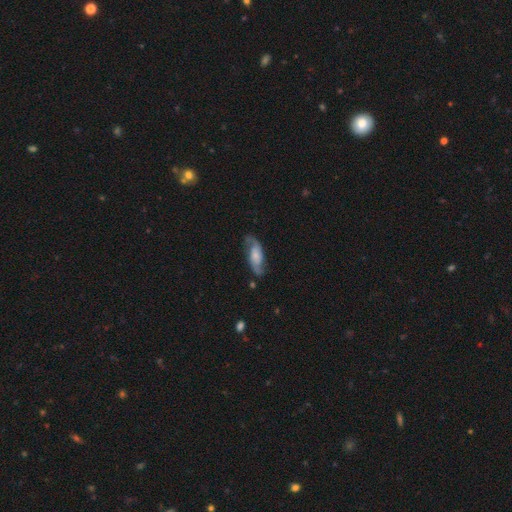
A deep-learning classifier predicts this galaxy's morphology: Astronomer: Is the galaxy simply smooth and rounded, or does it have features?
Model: featured or disk — 66%.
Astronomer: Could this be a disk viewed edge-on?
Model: no — 89%.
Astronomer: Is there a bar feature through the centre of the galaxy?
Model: no — 59%.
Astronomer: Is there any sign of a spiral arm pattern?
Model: yes — 92%.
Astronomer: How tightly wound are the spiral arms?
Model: loose — 44% (runner-up: medium, 39%).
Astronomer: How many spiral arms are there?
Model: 2 — 87%.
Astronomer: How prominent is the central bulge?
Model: small — 43% (runner-up: moderate, 29%).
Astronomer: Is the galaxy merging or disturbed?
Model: none — 69%.